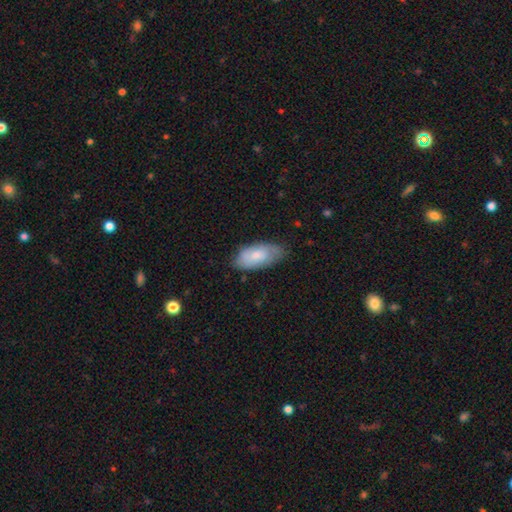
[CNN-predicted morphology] smooth 67%, featured or disk 28%, star or artifact 6%. Down the decision tree: how rounded — in between (91%); merging — none (67%).